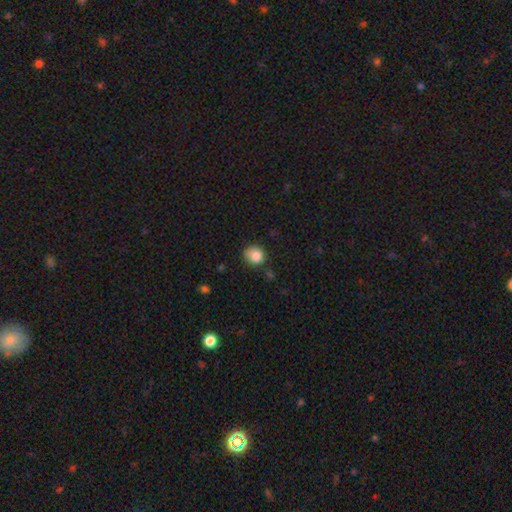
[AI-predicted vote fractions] smooth-or-featured: smooth: 85% | star or artifact: 10% | featured or disk: 5%
  how-rounded: round: 79% | in between: 20% | cigar-shaped: 1%
  merging: none: 65% | minor disturbance: 26% | major disturbance: 5% | merger: 3%